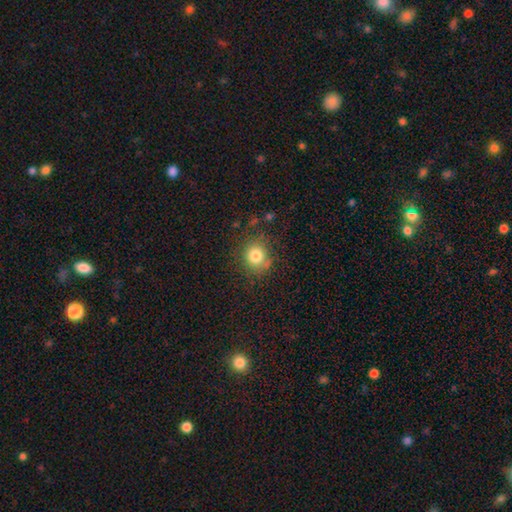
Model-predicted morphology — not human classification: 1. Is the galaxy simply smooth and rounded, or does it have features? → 80% smooth, 12% star or artifact, 8% featured or disk.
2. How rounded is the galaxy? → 82% round, 17% in between, 1% cigar-shaped.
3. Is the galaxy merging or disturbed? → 79% none, 13% minor disturbance, 5% major disturbance, 3% merger.